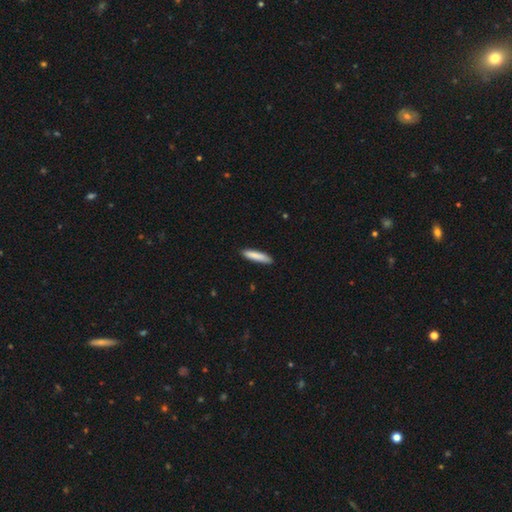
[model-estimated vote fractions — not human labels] Morphology: type=smooth (86%); roundness=cigar-shaped (85%); merging=none (88%).